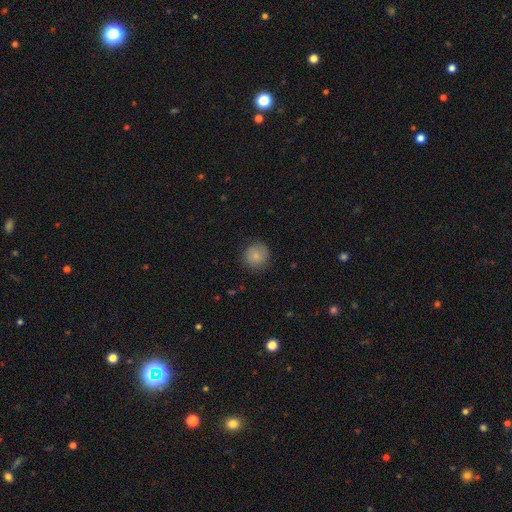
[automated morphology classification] Smooth or featured: smooth — 83% (star or artifact — 9%)
How rounded: round — 93% (in between — 6%)
Merging: none — 86% (minor disturbance — 10%)